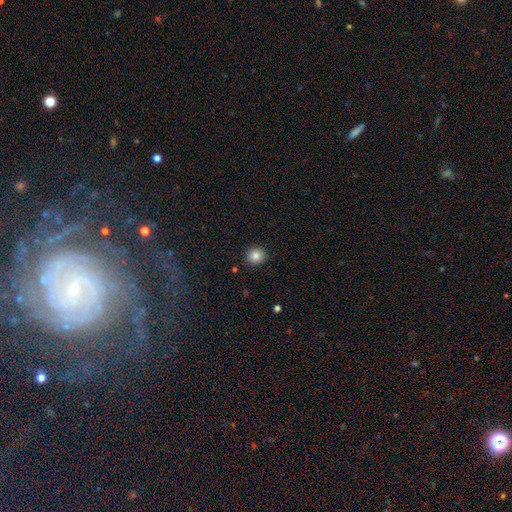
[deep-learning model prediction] Morphology: type=smooth (85%); roundness=round (85%); merging=none (91%).